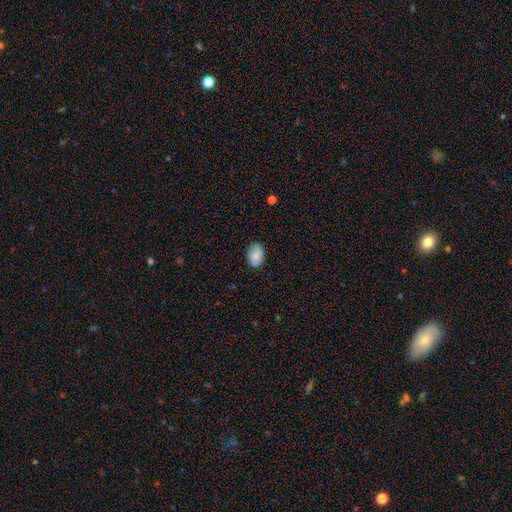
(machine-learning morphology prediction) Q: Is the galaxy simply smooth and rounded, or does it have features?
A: smooth — 85%.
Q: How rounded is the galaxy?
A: in between — 85%.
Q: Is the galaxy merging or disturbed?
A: none — 84%.